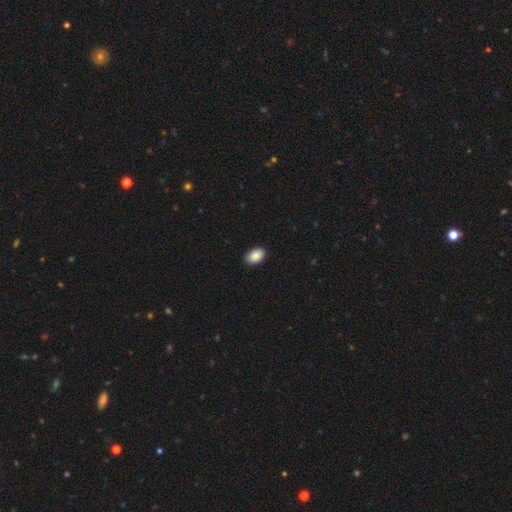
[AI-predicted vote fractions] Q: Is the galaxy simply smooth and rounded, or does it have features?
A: smooth — 90%.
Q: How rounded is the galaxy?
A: in between — 89%.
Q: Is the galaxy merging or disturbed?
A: none — 90%.